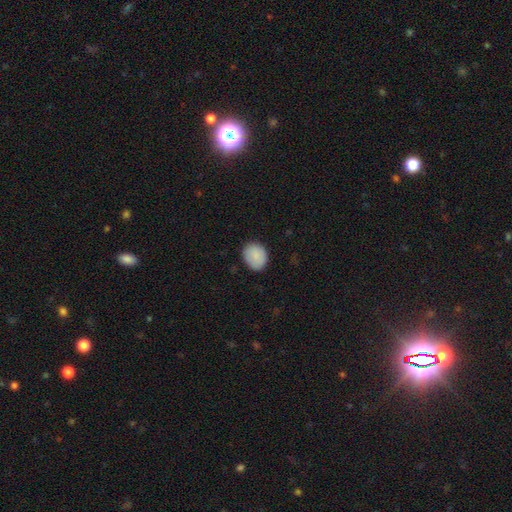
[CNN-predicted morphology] Smooth or featured?
  - smooth: 88% *
  - star or artifact: 7%
  - featured or disk: 5%
How rounded?
  - round: 58% *
  - in between: 42%
  - cigar-shaped: 1%
Merging?
  - none: 84% *
  - minor disturbance: 13%
  - major disturbance: 2%
  - merger: 1%